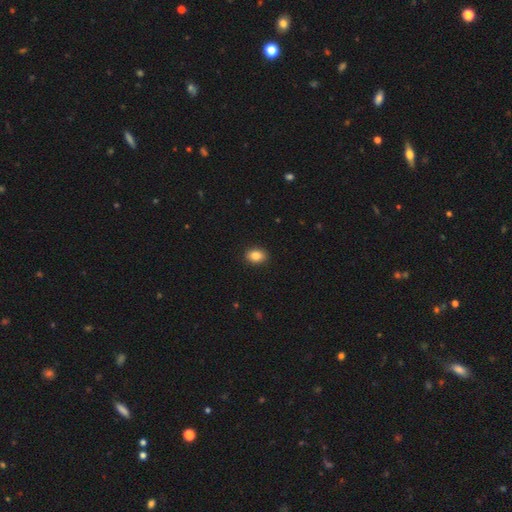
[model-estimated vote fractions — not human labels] Smooth or featured: smooth — 86% (star or artifact — 9%)
How rounded: in between — 73% (round — 25%)
Merging: none — 91% (minor disturbance — 7%)